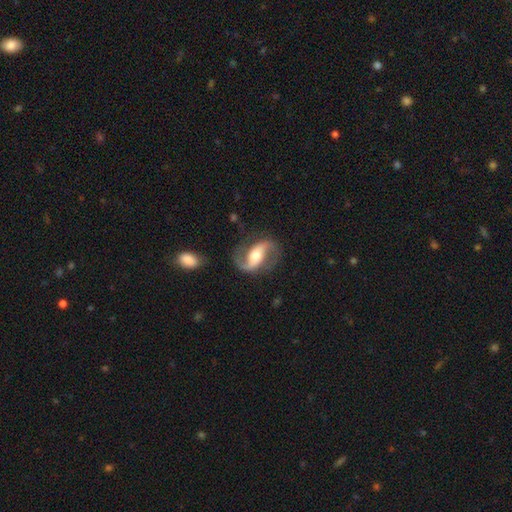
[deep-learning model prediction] Smooth or featured? featured or disk (87%)
Edge-on disk? no (96%)
Bar? weak (35%)
Spiral arms? yes (96%)
Spiral winding? loose (59%)
Spiral arm count? 2 (92%)
Bulge size? moderate (64%)
Merging? none (77%)